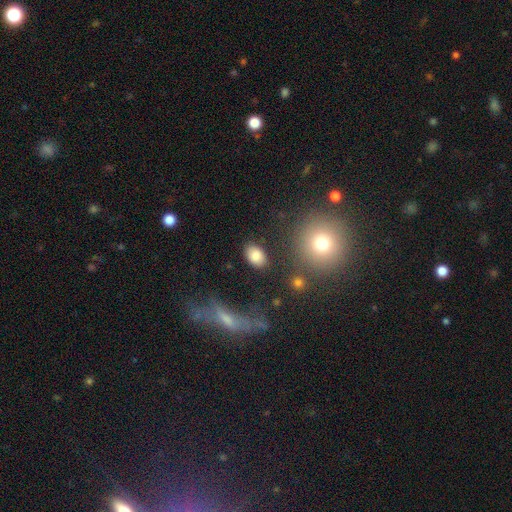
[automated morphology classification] The model was most divided on "how rounded": in between: 83%, round: 15%, cigar-shaped: 1%. More confident: smooth or featured — smooth (84%); merging — none (84%).